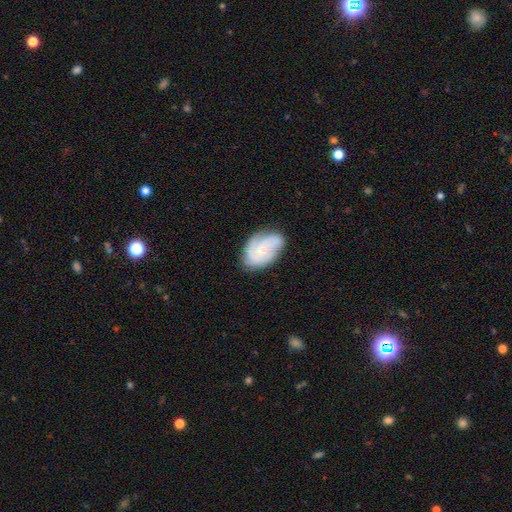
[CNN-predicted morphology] featured or disk 65%, smooth 29%, star or artifact 6%. Down the decision tree: edge-on disk — no (97%); bar — no (75%); spiral arms — yes (88%); spiral arm count — 3 (31%); spiral winding — tight (47%); bulge size — small (64%); merging — none (64%).